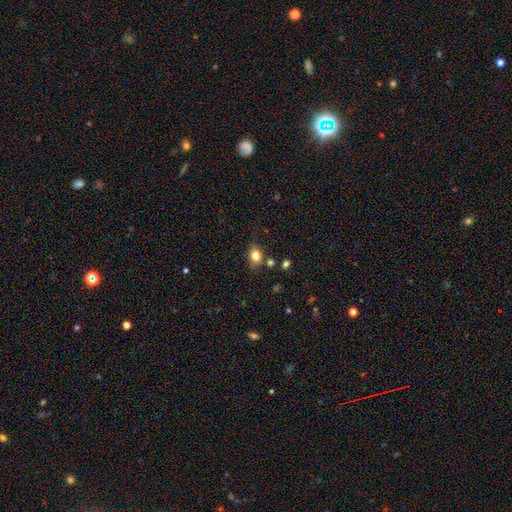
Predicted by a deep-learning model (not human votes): Overall: smooth (79%). How rounded: in between (56%; round 43%). Merging: none (75%).